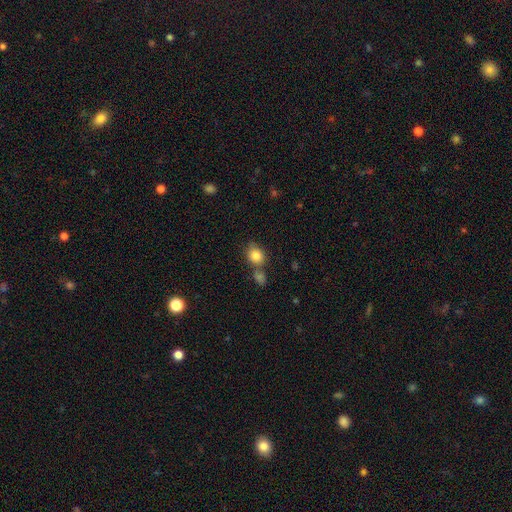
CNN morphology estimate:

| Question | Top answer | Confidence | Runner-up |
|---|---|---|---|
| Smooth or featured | smooth | 84% | star or artifact (9%) |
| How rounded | round | 62% | in between (37%) |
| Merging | none | 56% | merger (26%) |